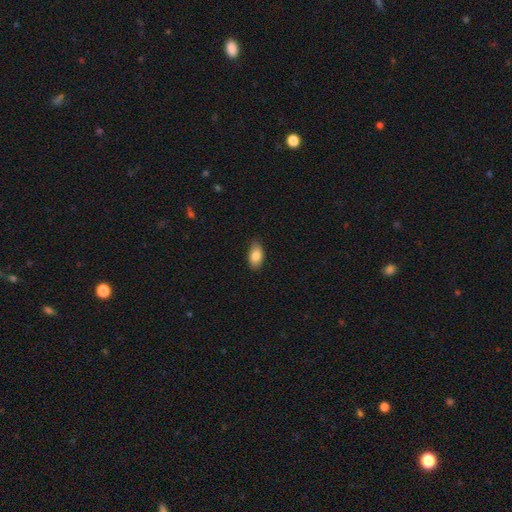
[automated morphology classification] A smooth galaxy with no disk features (86%) that is in between round and cigar-shaped (92%).

Vote fractions:
- Smooth or featured? smooth: 86% / featured or disk: 8% / star or artifact: 7%
- How rounded? in between: 92% / round: 5% / cigar-shaped: 3%
- Merging? none: 82% / minor disturbance: 15% / major disturbance: 2% / merger: 1%